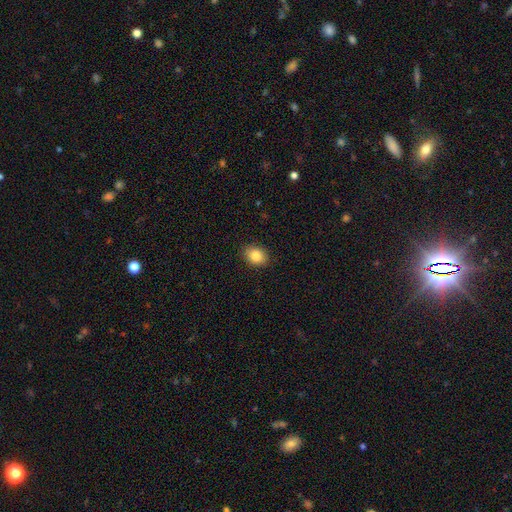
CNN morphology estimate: Smooth or featured: smooth — 86% (star or artifact — 9%)
How rounded: in between — 61% (round — 38%)
Merging: none — 88% (minor disturbance — 8%)